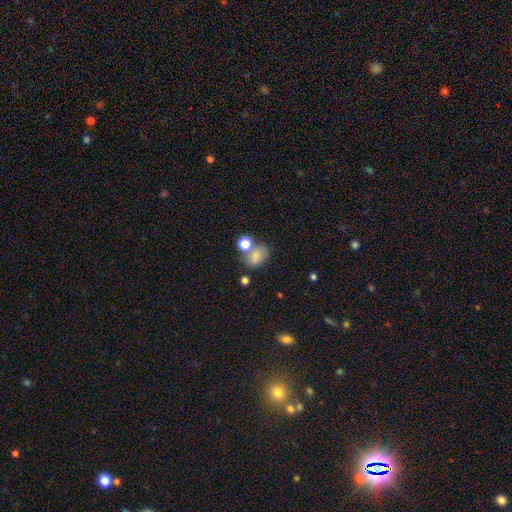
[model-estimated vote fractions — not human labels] Q: Smooth or featured?
A: smooth (77%); runner-up: featured or disk (11%)
Q: How rounded?
A: in between (70%); runner-up: round (29%)
Q: Merging?
A: none (46%); runner-up: merger (29%)